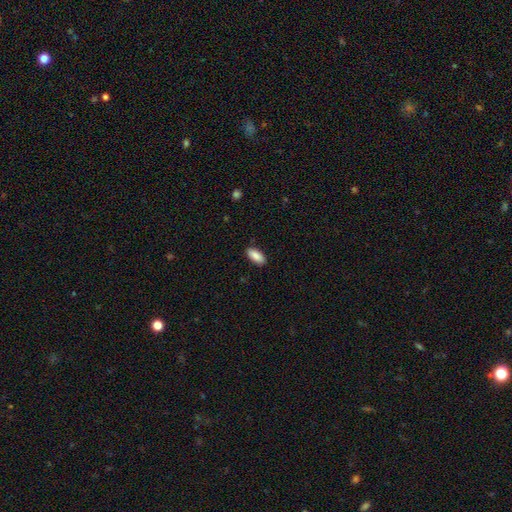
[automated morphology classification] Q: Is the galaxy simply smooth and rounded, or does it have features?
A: smooth — 89%.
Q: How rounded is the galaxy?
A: in between — 86%.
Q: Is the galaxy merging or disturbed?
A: none — 88%.